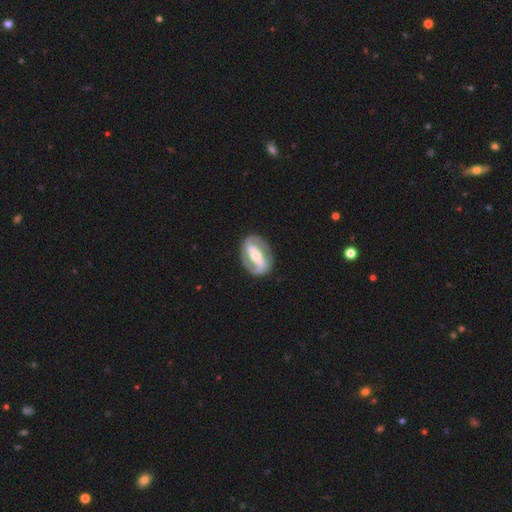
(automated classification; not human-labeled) Smooth or featured?
  - featured or disk: 85% *
  - smooth: 11%
  - star or artifact: 4%
Edge-on disk?
  - no: 96% *
  - yes: 4%
Bar?
  - strong: 58% *
  - weak: 24%
  - no: 18%
Spiral arms?
  - yes: 86% *
  - no: 14%
Spiral winding?
  - tight: 42% *
  - medium: 41%
  - loose: 16%
Spiral arm count?
  - 2: 89% *
  - can't tell: 5%
  - 1: 3%
  - 3: 1%
  - 4: 1%
  - more than 4: 1%
Bulge size?
  - moderate: 60% *
  - small: 31%
  - large: 7%
  - none: 1%
  - dominant: 1%
Merging?
  - none: 84% *
  - minor disturbance: 11%
  - major disturbance: 4%
  - merger: 1%